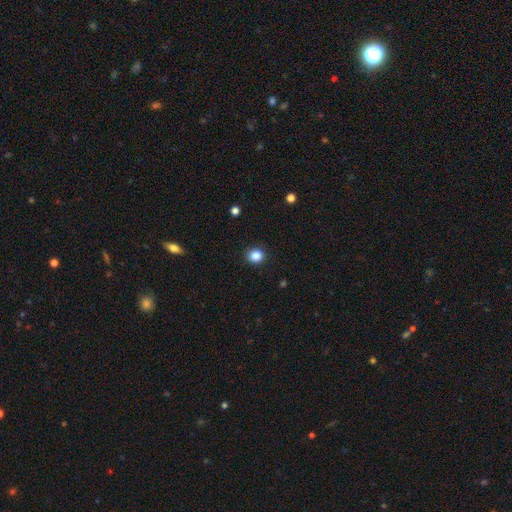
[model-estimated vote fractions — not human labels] smooth 86%, star or artifact 11%, featured or disk 3%. Down the decision tree: how rounded — round (84%); merging — none (90%).